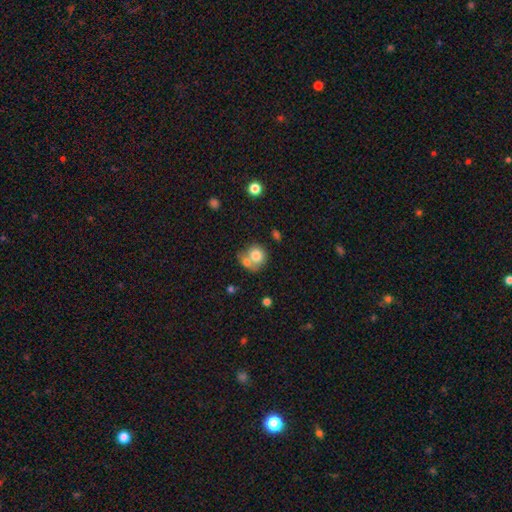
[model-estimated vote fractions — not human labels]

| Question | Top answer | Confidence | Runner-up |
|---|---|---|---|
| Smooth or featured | smooth | 77% | featured or disk (15%) |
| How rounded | round | 76% | in between (23%) |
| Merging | merger | 51% | none (34%) |